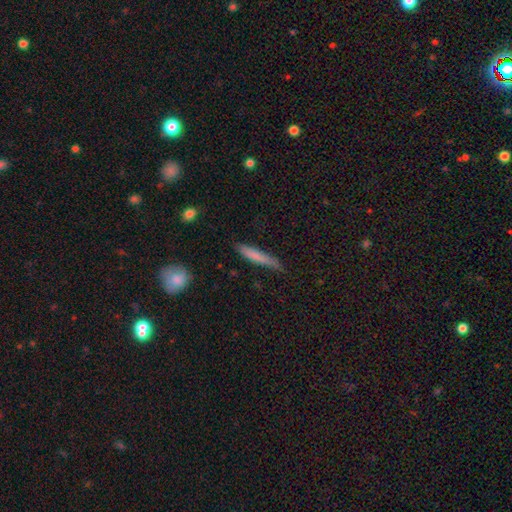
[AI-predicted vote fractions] Smooth or featured? Predicted: smooth (p=0.73). How rounded? Predicted: cigar-shaped (p=0.92). Merging? Predicted: none (p=0.71).